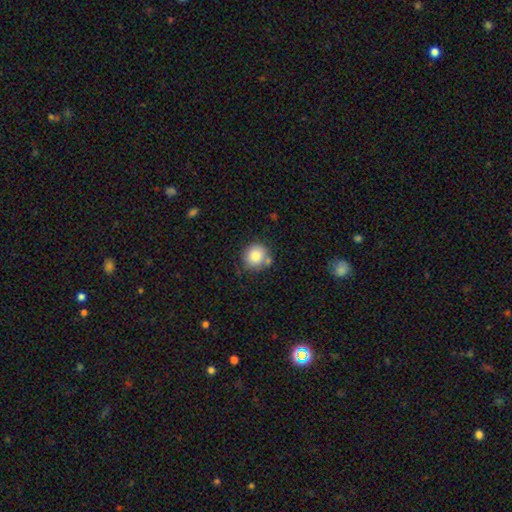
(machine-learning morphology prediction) A smooth galaxy with no disk features (83%) that is round (85%).

Vote fractions:
- Smooth or featured? smooth: 83% / star or artifact: 9% / featured or disk: 8%
- How rounded? round: 85% / in between: 15% / cigar-shaped: 1%
- Merging? none: 68% / minor disturbance: 15% / merger: 13% / major disturbance: 4%